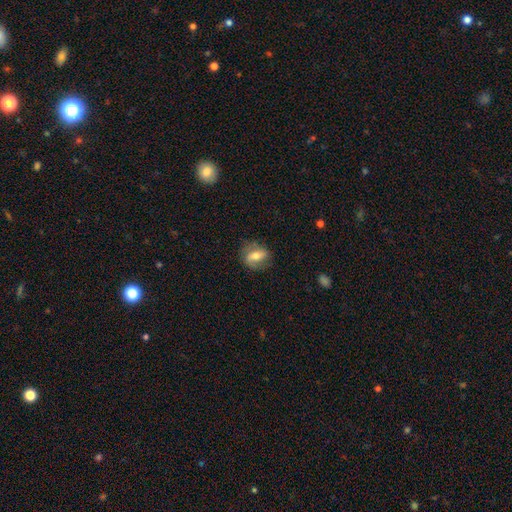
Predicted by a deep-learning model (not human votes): smooth-or-featured: featured or disk: 51% | smooth: 41% | star or artifact: 8%
  disk-edge-on: no: 91% | yes: 9%
  merging: none: 75% | minor disturbance: 17% | major disturbance: 7% | merger: 1%